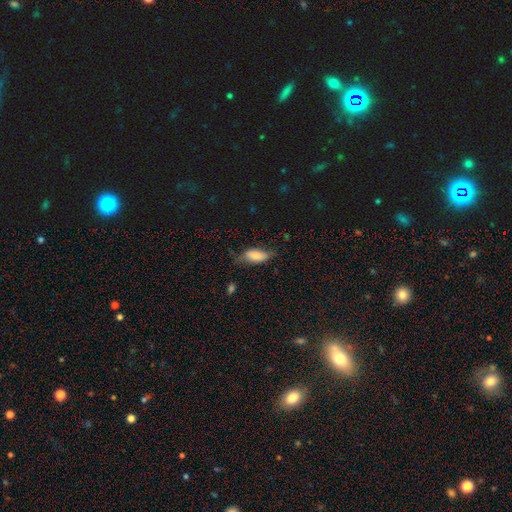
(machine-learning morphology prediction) This appears to be a smooth galaxy with no disk features (75%) that is in between round and cigar-shaped (86%). Merging: none (56%).